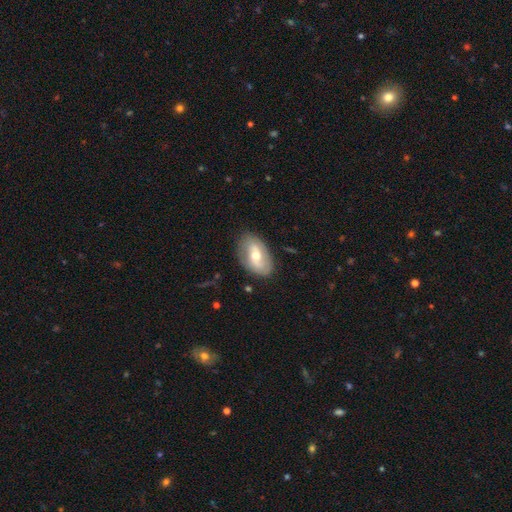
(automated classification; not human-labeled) Smooth or featured?
  - featured or disk: 53% *
  - smooth: 41%
  - star or artifact: 6%
Edge-on disk?
  - no: 90% *
  - yes: 10%
Merging?
  - none: 80% *
  - minor disturbance: 14%
  - major disturbance: 4%
  - merger: 1%